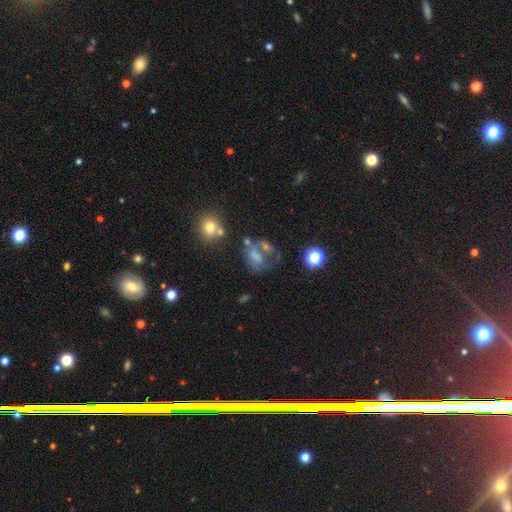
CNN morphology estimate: Q: Smooth or featured?
A: smooth (44%); runner-up: featured or disk (36%)
Q: Merging?
A: major disturbance (34%); runner-up: none (26%)